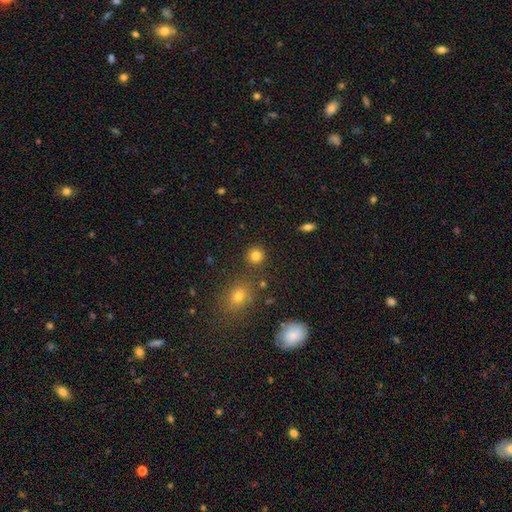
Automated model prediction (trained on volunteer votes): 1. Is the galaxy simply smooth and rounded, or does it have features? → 82% smooth, 12% star or artifact, 5% featured or disk.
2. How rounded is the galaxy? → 91% round, 8% in between, 1% cigar-shaped.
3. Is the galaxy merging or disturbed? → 87% none, 6% minor disturbance, 4% merger, 3% major disturbance.